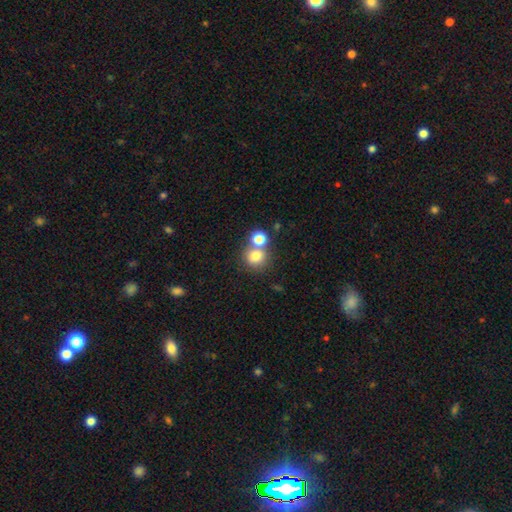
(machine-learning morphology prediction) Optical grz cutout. It shows a smooth galaxy with no disk features (76%) that is round (84%). Merging: none (54%).